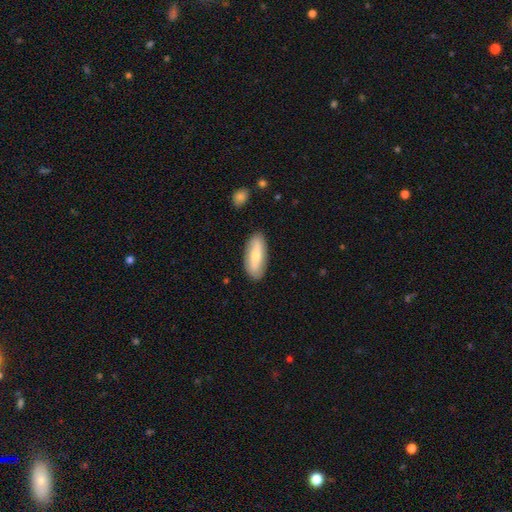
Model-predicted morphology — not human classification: The model was most divided on "smooth or featured": smooth: 66%, featured or disk: 29%, star or artifact: 6%. More confident: merging — none (85%); how rounded — in between (76%).